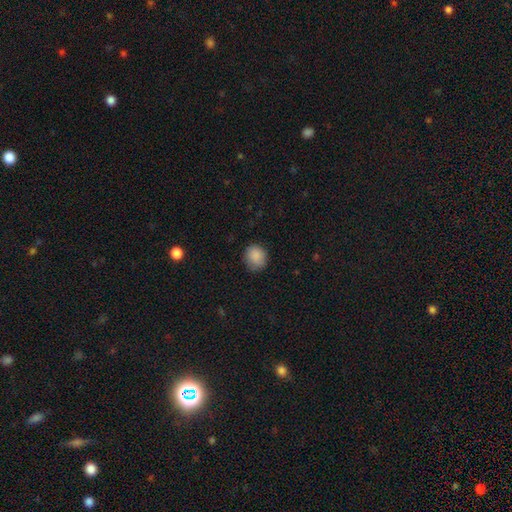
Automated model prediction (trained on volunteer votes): Smooth or featured? smooth (88%)
How rounded? round (77%)
Merging? none (82%)